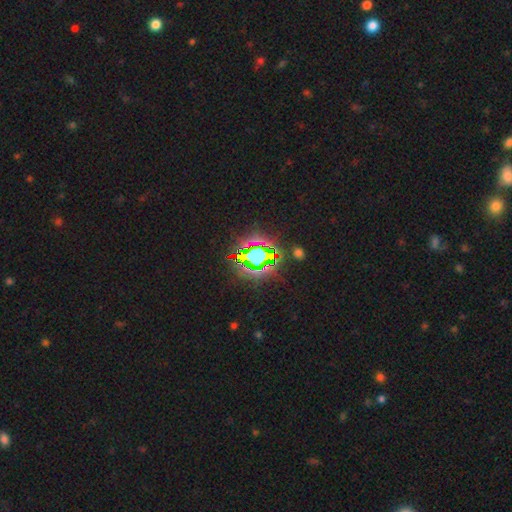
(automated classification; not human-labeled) Q: Smooth or featured?
A: star or artifact (72%); runner-up: smooth (15%)